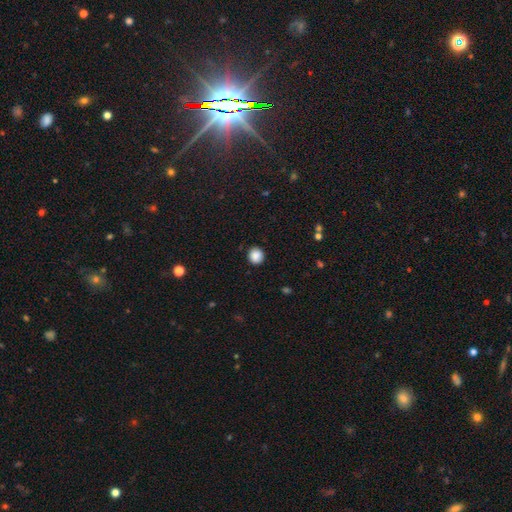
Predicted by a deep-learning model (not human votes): Morphology: type=smooth (87%); roundness=round (89%); merging=none (90%).